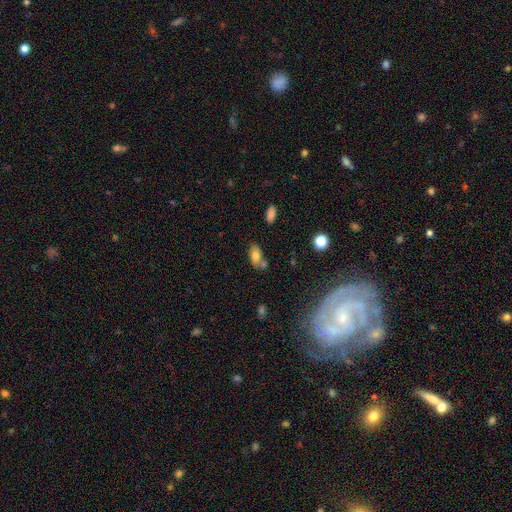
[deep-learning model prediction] This is likely a smooth galaxy (74%). How rounded: clearly in between (89%). Merging: possibly none (56%).